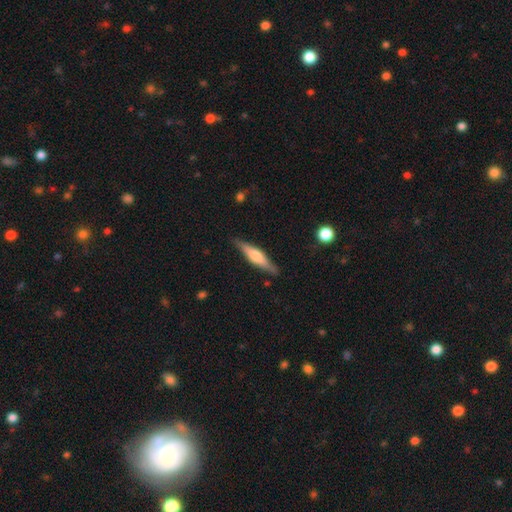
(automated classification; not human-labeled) The model was most divided on "smooth or featured": featured or disk: 58%, smooth: 36%, star or artifact: 6%. More confident: edge-on disk — yes (95%); merging — none (85%); edge-on bulge — rounded (80%).